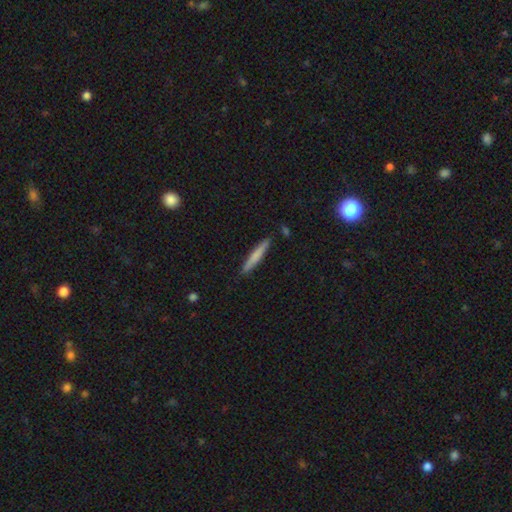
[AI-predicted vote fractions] Overall: smooth (69%). How rounded: cigar-shaped (95%). Merging: none (88%).